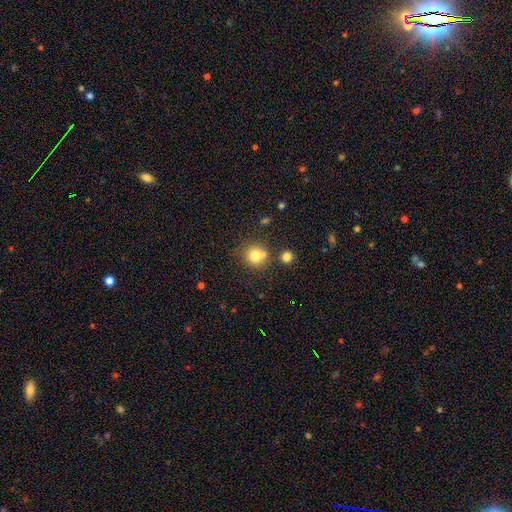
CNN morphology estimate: This is likely a smooth galaxy (78%). How rounded: clearly round (90%). Merging: likely none (64%).